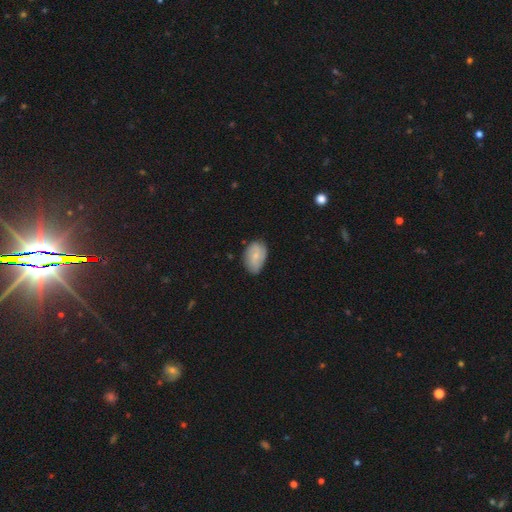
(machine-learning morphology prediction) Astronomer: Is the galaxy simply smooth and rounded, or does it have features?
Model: smooth — 54% (runner-up: featured or disk, 39%).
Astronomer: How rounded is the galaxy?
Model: in between — 87%.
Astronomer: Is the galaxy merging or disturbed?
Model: none — 68%.